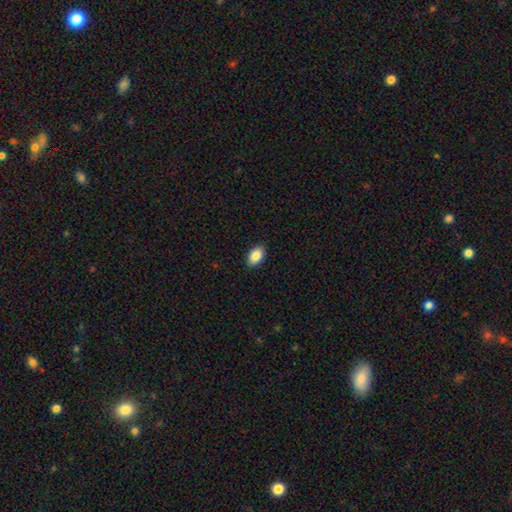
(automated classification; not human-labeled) smooth-or-featured: smooth: 87% | star or artifact: 7% | featured or disk: 6%
  how-rounded: in between: 91% | round: 7% | cigar-shaped: 2%
  merging: none: 89% | minor disturbance: 8% | major disturbance: 2% | merger: 1%